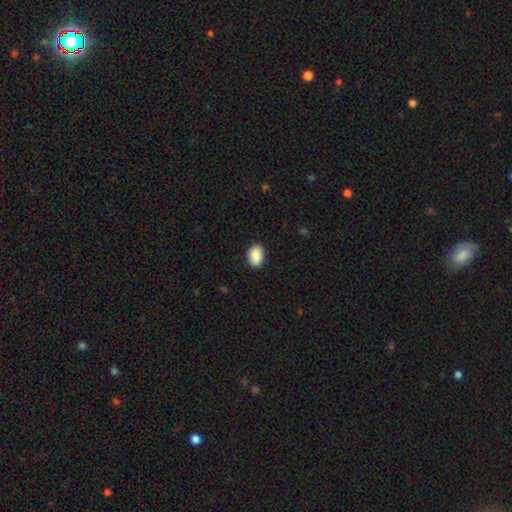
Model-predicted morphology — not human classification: This appears to be a smooth galaxy with no disk features (90%) that is in between round and cigar-shaped (85%). Merging: none (89%).